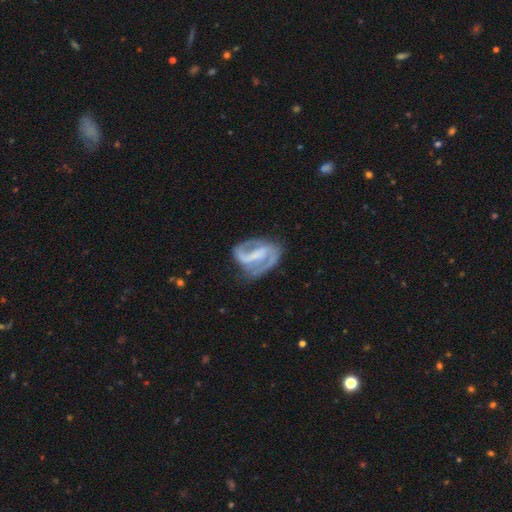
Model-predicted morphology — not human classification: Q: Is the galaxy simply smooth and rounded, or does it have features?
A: featured or disk — 86%.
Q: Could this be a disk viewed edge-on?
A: no — 98%.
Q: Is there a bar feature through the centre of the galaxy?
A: strong — 50%.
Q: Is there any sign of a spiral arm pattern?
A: yes — 94%.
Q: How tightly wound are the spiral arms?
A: medium — 51%.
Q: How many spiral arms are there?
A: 2 — 87%.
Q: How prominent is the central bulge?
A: none — 44%.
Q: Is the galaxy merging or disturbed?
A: none — 63%.